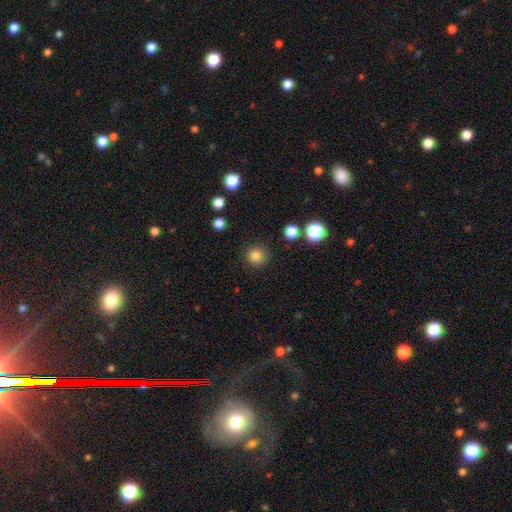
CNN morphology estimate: type=smooth (83%); roundness=round (94%); merging=none (88%).